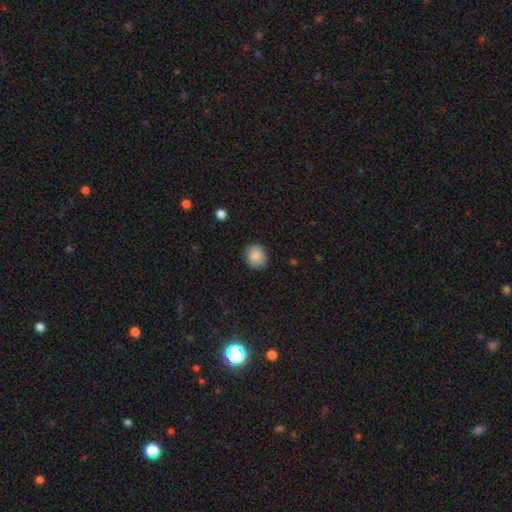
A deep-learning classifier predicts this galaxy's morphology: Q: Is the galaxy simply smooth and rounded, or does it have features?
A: smooth — 86%.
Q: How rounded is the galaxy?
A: round — 83%.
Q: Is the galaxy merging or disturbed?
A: none — 88%.